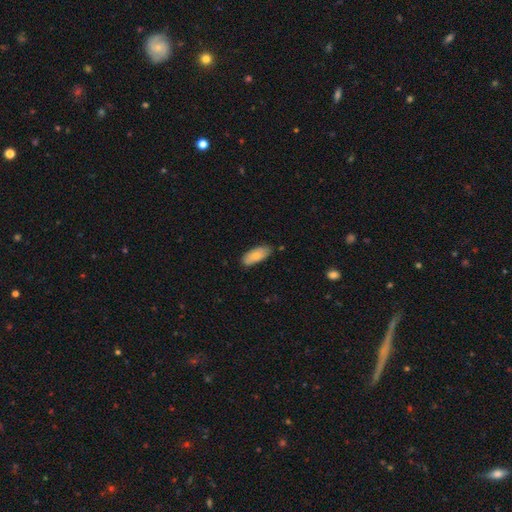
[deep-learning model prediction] The model was most divided on "smooth or featured": smooth: 76%, featured or disk: 18%, star or artifact: 6%. More confident: how rounded — in between (85%); merging — none (78%).